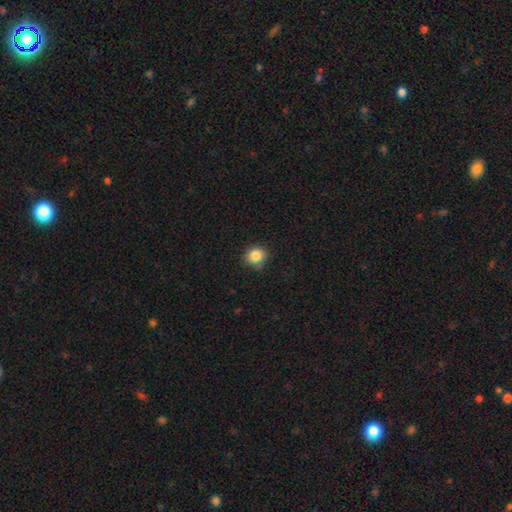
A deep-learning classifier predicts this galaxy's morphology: Smooth or featured: smooth — 85% (star or artifact — 10%)
How rounded: round — 84% (in between — 15%)
Merging: none — 83% (minor disturbance — 12%)